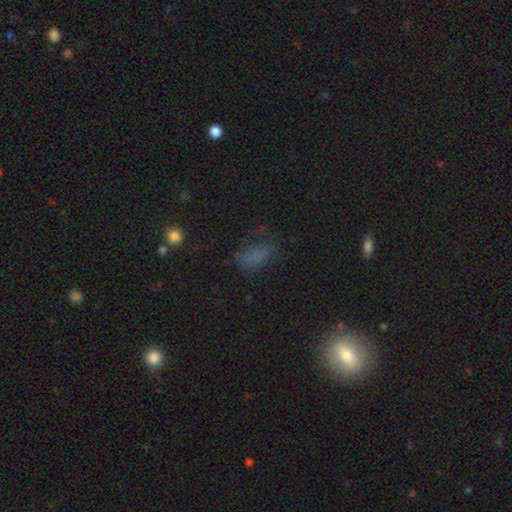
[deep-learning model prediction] Smooth or featured? Predicted: smooth (p=0.61). How rounded? Predicted: in between (p=0.77). Merging? Predicted: none (p=0.46).